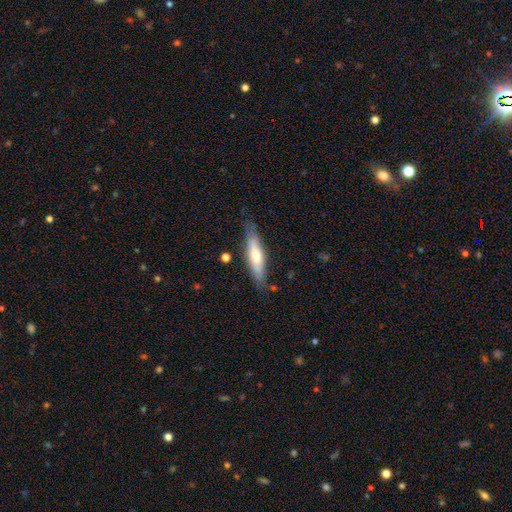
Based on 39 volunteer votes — smooth_or_featured: featured or disk (p=0.49) [alt: smooth p=0.41]
disk_edge_on: yes (p=0.95) [alt: no p=0.05]
edge_on_bulge: rounded (p=0.89) [alt: boxy p=0.06]
merging: none (p=0.83) [alt: minor disturbance p=0.17]